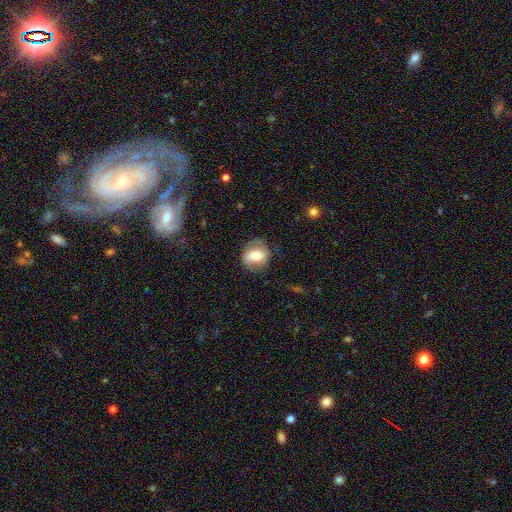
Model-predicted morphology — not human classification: Overall: smooth (57%; featured or disk 35%). How rounded: round (53%; in between 45%). Merging: none (71%).